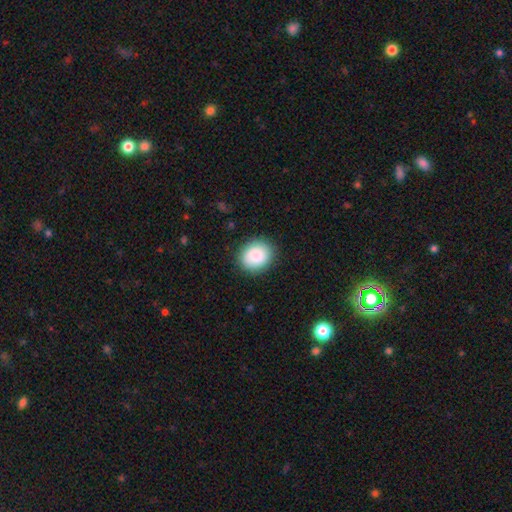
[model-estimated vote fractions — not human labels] Q: Smooth or featured?
A: smooth (87%); runner-up: star or artifact (7%)
Q: How rounded?
A: round (66%); runner-up: in between (33%)
Q: Merging?
A: none (87%); runner-up: minor disturbance (9%)